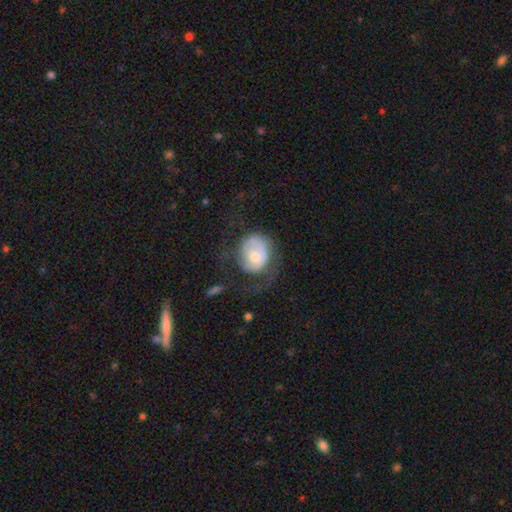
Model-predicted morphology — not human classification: Smooth or featured? smooth (48%)
Merging? none (38%)